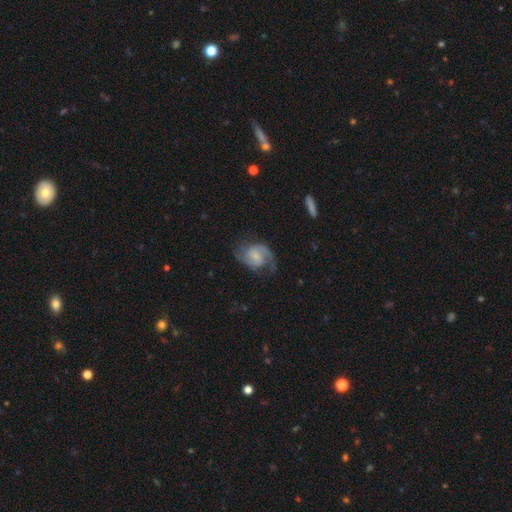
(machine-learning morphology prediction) smooth_or_featured: featured or disk (p=0.86) [alt: smooth p=0.09]
disk_edge_on: no (p=0.98) [alt: yes p=0.02]
bar: no (p=0.48) [alt: weak p=0.43]
has_spiral_arms: yes (p=0.97) [alt: no p=0.03]
spiral_winding: medium (p=0.54) [alt: tight p=0.23]
spiral_arm_count: 2 (p=0.88) [alt: 1 p=0.04]
bulge_size: small (p=0.48) [alt: moderate p=0.31]
merging: none (p=0.69) [alt: minor disturbance p=0.18]